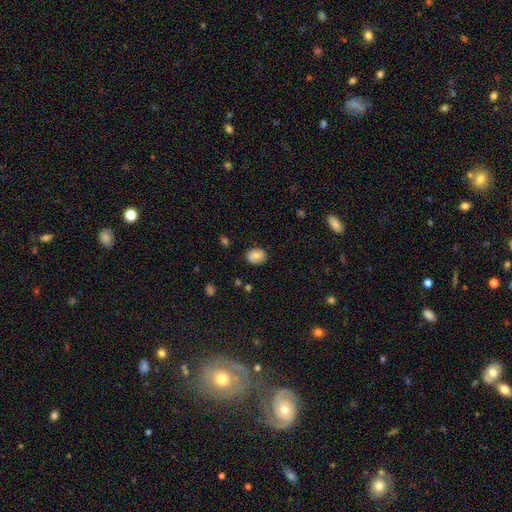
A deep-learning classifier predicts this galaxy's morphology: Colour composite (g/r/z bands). It shows a smooth galaxy with no disk features (75%) that is in between round and cigar-shaped (51%). Merging: none (80%).